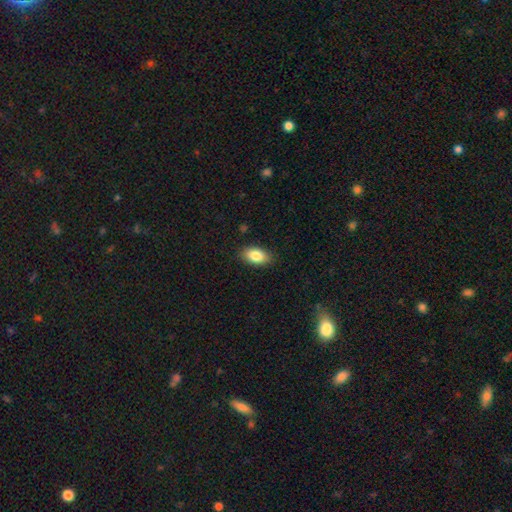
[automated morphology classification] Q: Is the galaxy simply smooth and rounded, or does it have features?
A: smooth — 85%.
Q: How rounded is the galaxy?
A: in between — 92%.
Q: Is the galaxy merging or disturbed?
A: none — 87%.